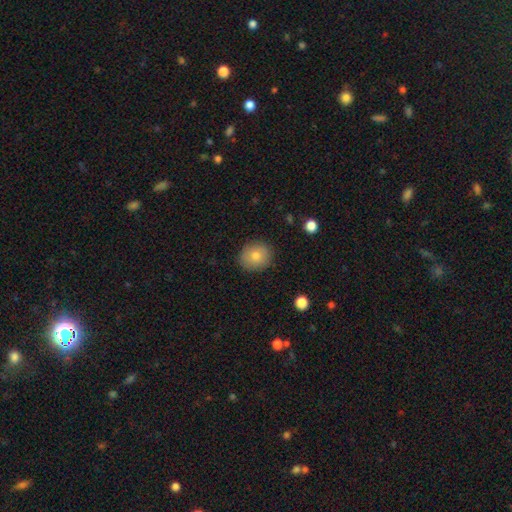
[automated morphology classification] smooth-or-featured: smooth: 78% | featured or disk: 13% | star or artifact: 9%
  how-rounded: round: 77% | in between: 22% | cigar-shaped: 1%
  merging: none: 88% | minor disturbance: 9% | major disturbance: 2% | merger: 1%